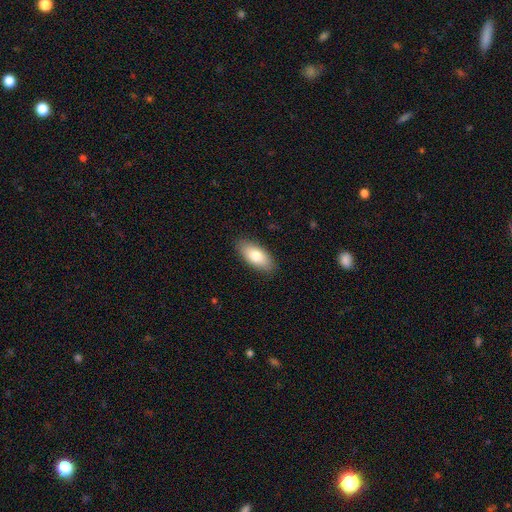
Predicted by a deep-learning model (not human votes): A smooth galaxy with no disk features (81%) that is in between round and cigar-shaped (87%).

Vote fractions:
- Smooth or featured? smooth: 81% / featured or disk: 13% / star or artifact: 6%
- How rounded? in between: 87% / cigar-shaped: 11% / round: 2%
- Merging? none: 88% / minor disturbance: 9% / major disturbance: 2% / merger: 1%